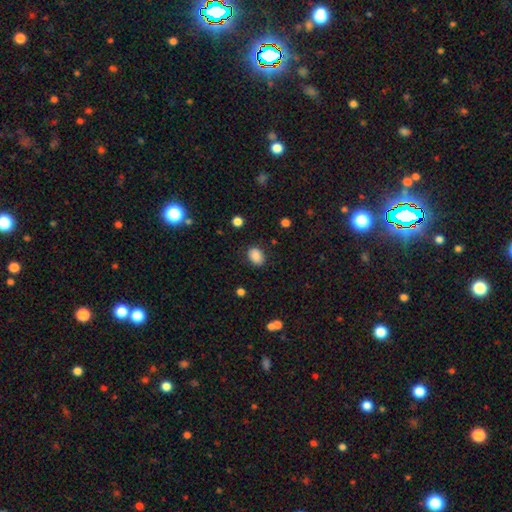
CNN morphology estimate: Q: Smooth or featured?
A: smooth (86%); runner-up: star or artifact (9%)
Q: How rounded?
A: in between (73%); runner-up: round (26%)
Q: Merging?
A: none (84%); runner-up: minor disturbance (11%)